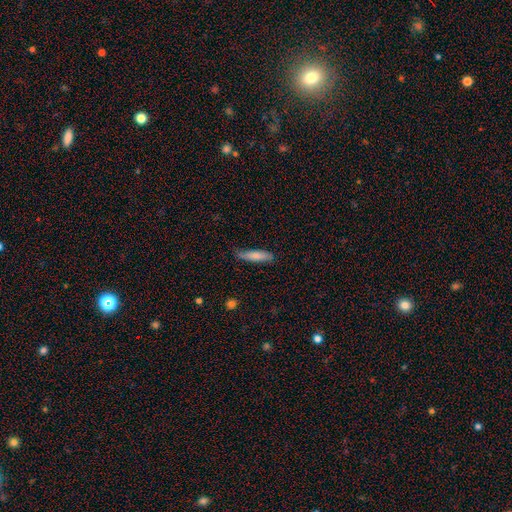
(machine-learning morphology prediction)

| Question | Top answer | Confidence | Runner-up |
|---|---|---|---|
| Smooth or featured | smooth | 80% | featured or disk (14%) |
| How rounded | cigar-shaped | 79% | in between (20%) |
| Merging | none | 70% | minor disturbance (24%) |